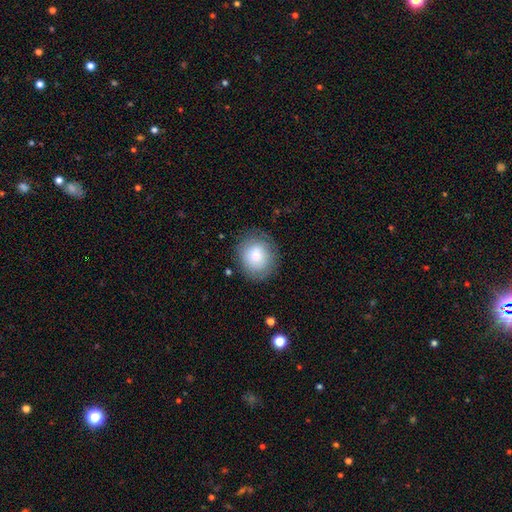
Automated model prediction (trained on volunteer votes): Smooth or featured? smooth (81%)
How rounded? round (74%)
Merging? none (80%)